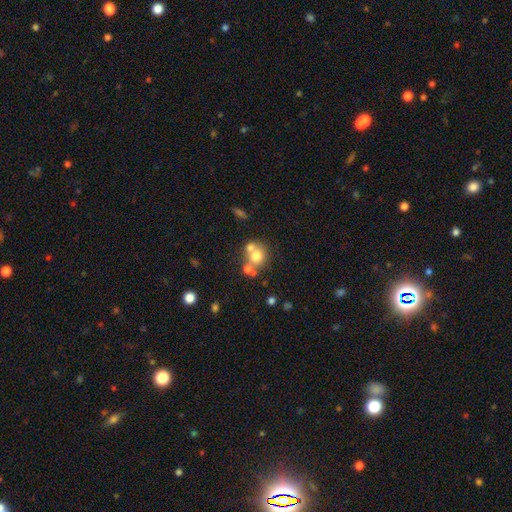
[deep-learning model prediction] Smooth or featured: smooth — 67% (featured or disk — 21%)
How rounded: round — 81% (in between — 18%)
Merging: merger — 44% (none — 43%)